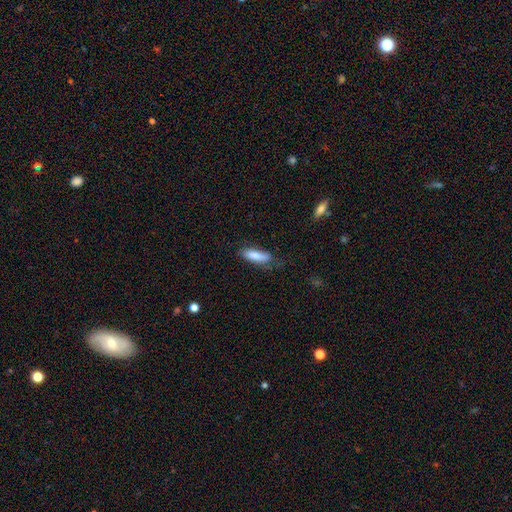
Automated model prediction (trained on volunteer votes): A smooth galaxy with no disk features (80%) that is cigar-shaped (50%).

Vote fractions:
- Smooth or featured? smooth: 80% / featured or disk: 14% / star or artifact: 6%
- How rounded? cigar-shaped: 50% / in between: 48% / round: 2%
- Merging? none: 63% / minor disturbance: 27% / major disturbance: 9% / merger: 2%